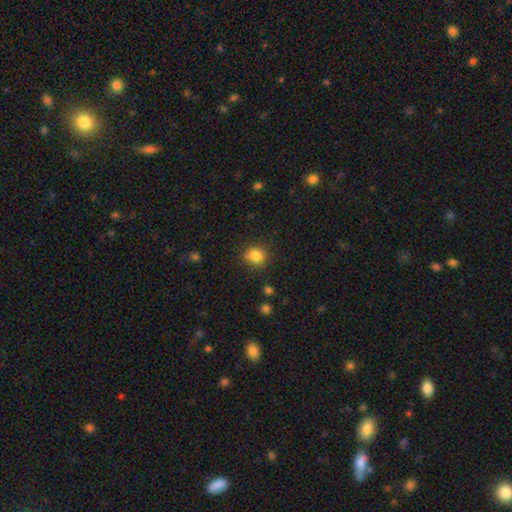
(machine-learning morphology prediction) Smooth or featured? Predicted: smooth (p=0.84). How rounded? Predicted: round (p=0.76). Merging? Predicted: none (p=0.79).